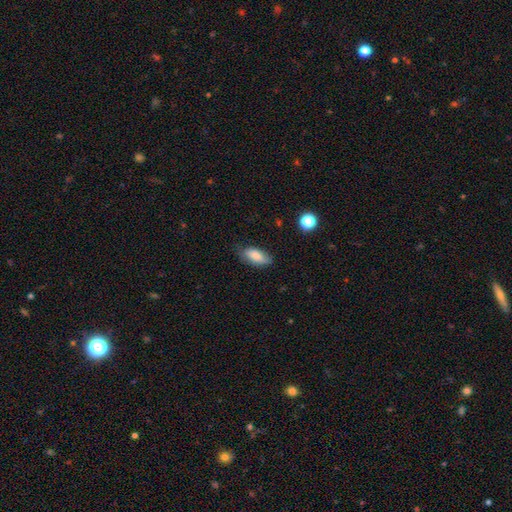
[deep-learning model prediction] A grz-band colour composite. It shows a smooth galaxy with no disk features (81%) that is in between round and cigar-shaped (86%). Merging: none (67%).